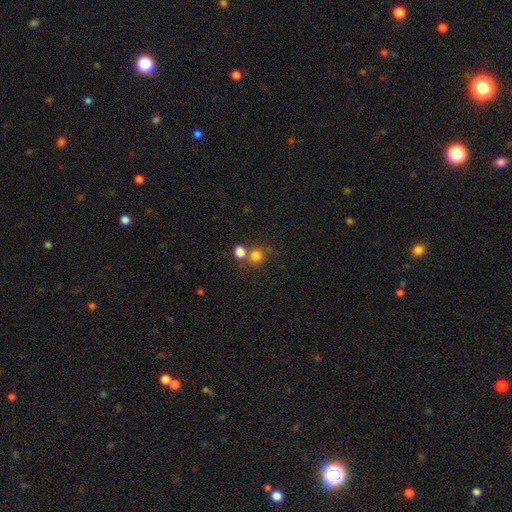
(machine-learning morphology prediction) smooth-or-featured: smooth: 80% | star or artifact: 13% | featured or disk: 8%
  how-rounded: round: 84% | in between: 15% | cigar-shaped: 1%
  merging: none: 52% | merger: 36% | minor disturbance: 8% | major disturbance: 4%